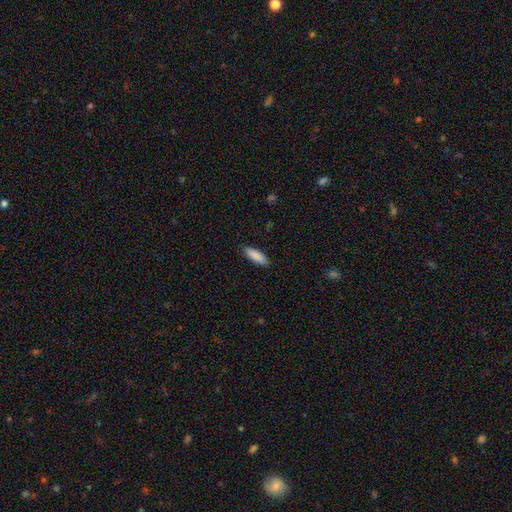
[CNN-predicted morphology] A smooth galaxy with no disk features (89%) that is in between round and cigar-shaped (57%). Merging: none (89%).